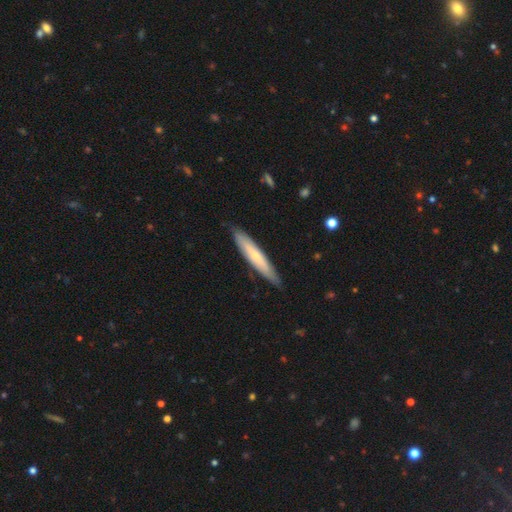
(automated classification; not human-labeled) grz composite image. It shows a smooth galaxy with no disk features (51%) that is cigar-shaped (88%). Merging: none (85%).